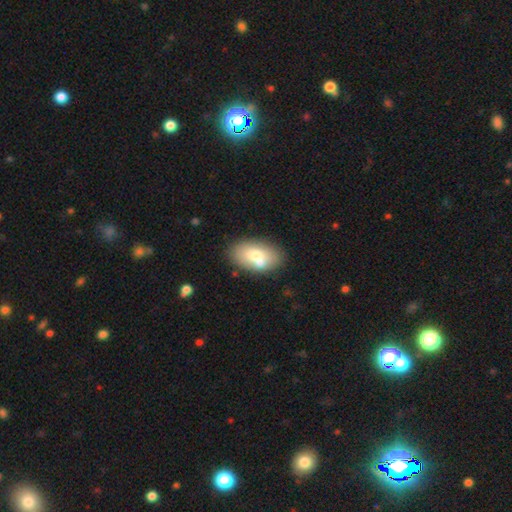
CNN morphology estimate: type=smooth (69%); roundness=in between (92%); merging=none (66%).